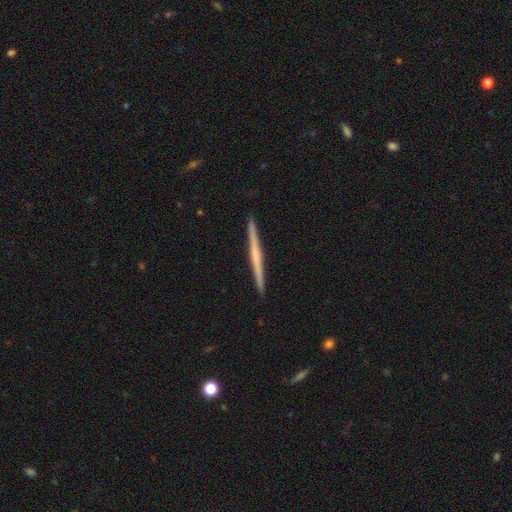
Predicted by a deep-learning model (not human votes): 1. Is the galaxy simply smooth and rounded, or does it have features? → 60% featured or disk, 36% smooth, 5% star or artifact.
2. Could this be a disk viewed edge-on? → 98% yes, 2% no.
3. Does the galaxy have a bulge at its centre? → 74% none, 20% rounded, 7% boxy.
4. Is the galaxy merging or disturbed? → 93% none, 4% minor disturbance, 1% major disturbance, 1% merger.